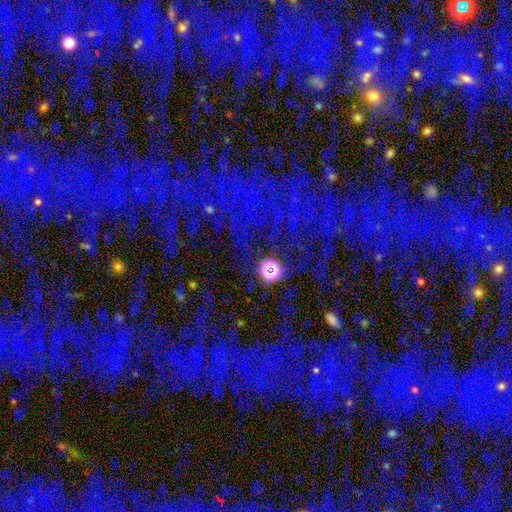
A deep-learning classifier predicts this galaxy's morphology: smooth_or_featured: star or artifact (p=0.70) [alt: smooth p=0.19]